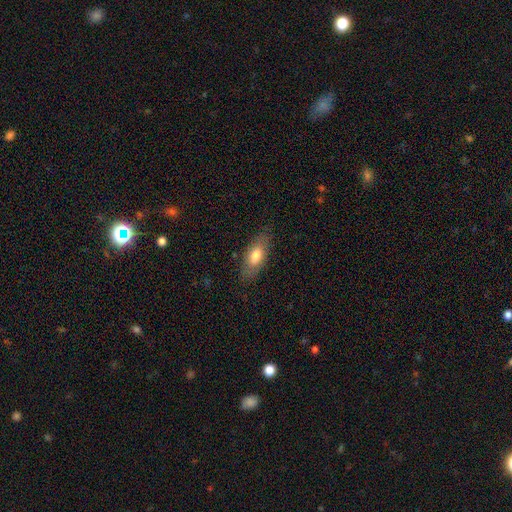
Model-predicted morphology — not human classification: Smooth or featured?
  - smooth: 71% *
  - featured or disk: 23%
  - star or artifact: 6%
How rounded?
  - in between: 82% *
  - cigar-shaped: 15%
  - round: 2%
Merging?
  - none: 81% *
  - minor disturbance: 14%
  - major disturbance: 4%
  - merger: 1%